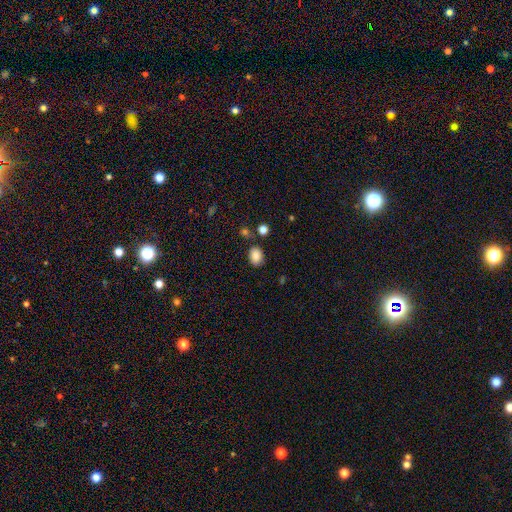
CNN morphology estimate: smooth 86%, star or artifact 10%, featured or disk 5%. Down the decision tree: how rounded — in between (69%); merging — none (78%).